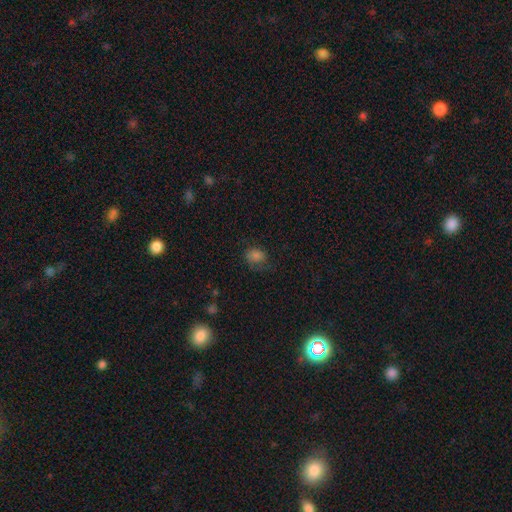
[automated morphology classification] Smooth or featured: smooth — 79% (star or artifact — 12%)
How rounded: round — 55% (in between — 44%)
Merging: none — 60% (minor disturbance — 25%)